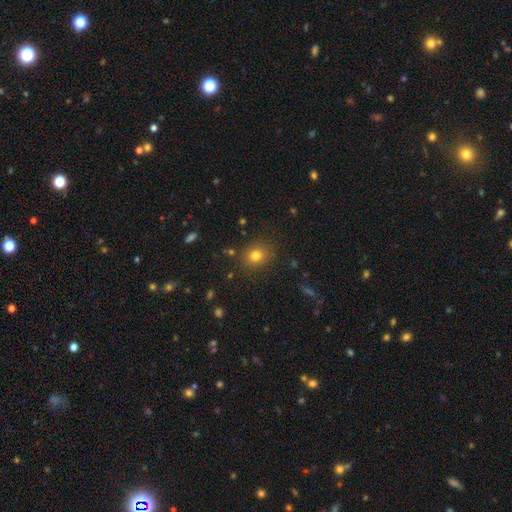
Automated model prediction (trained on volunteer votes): Q: Smooth or featured?
A: smooth (78%); runner-up: star or artifact (14%)
Q: How rounded?
A: round (73%); runner-up: in between (26%)
Q: Merging?
A: none (85%); runner-up: minor disturbance (9%)